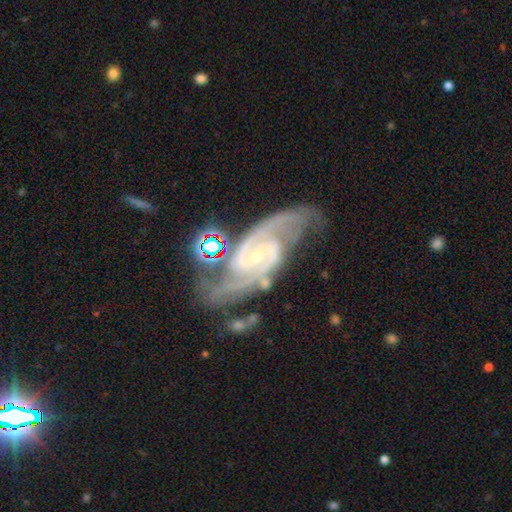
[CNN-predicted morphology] Smooth or featured: featured or disk — 93% (star or artifact — 5%)
Edge-on disk: no — 97% (yes — 3%)
Bar: weak — 44% (no — 30%)
Spiral arms: yes — 99% (no — 1%)
Spiral winding: medium — 55% (tight — 36%)
Spiral arm count: 2 — 80% (3 — 9%)
Bulge size: small — 80% (moderate — 14%)
Merging: none — 64% (minor disturbance — 20%)